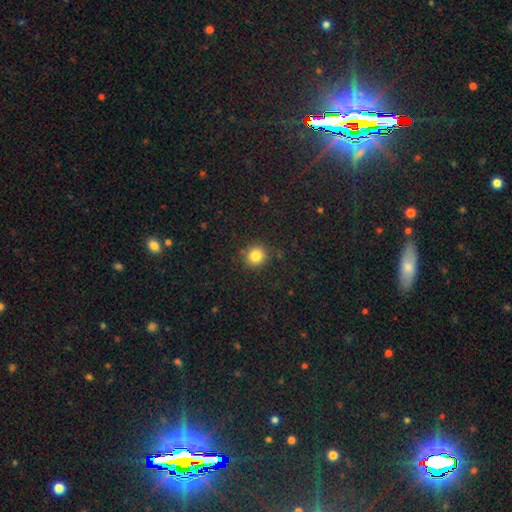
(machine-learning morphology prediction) smooth 83%, star or artifact 12%, featured or disk 5%. Down the decision tree: how rounded — round (90%); merging — none (89%).